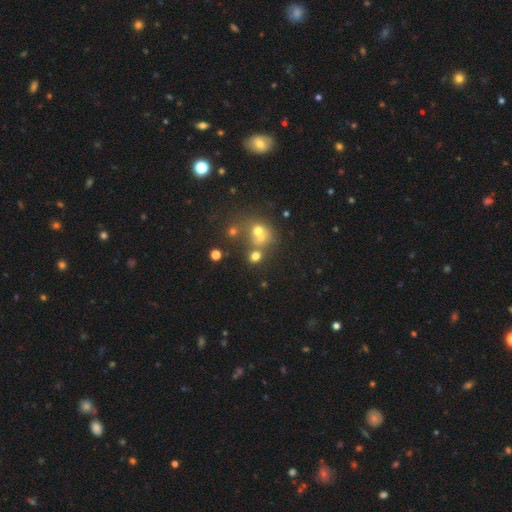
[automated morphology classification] smooth 57%, star or artifact 26%, featured or disk 16%. Down the decision tree: how rounded — round (74%); merging — none (48%).